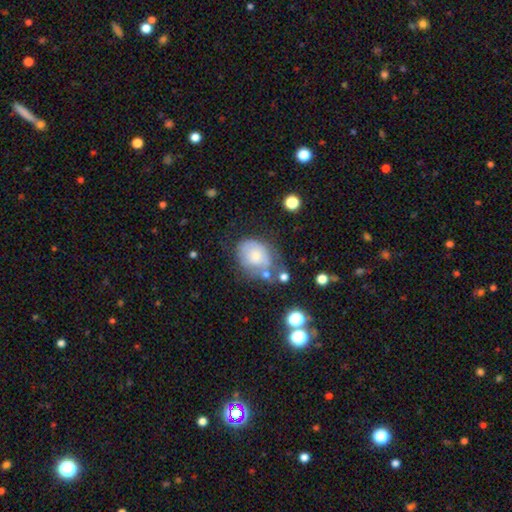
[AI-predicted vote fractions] This is possibly a smooth galaxy (54%). How rounded: possibly in between (52%). Merging: marginally none (35%).